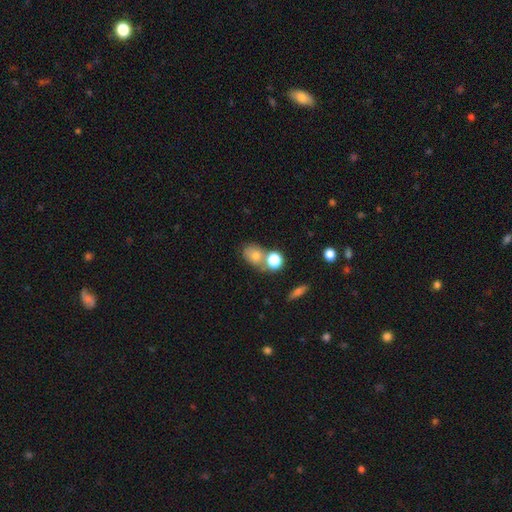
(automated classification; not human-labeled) A smooth galaxy with no disk features (73%) that is in between round and cigar-shaped (56%).

Vote fractions:
- Smooth or featured? smooth: 73% / featured or disk: 14% / star or artifact: 13%
- How rounded? in between: 56% / round: 42% / cigar-shaped: 2%
- Merging? none: 48% / merger: 34% / minor disturbance: 13% / major disturbance: 5%